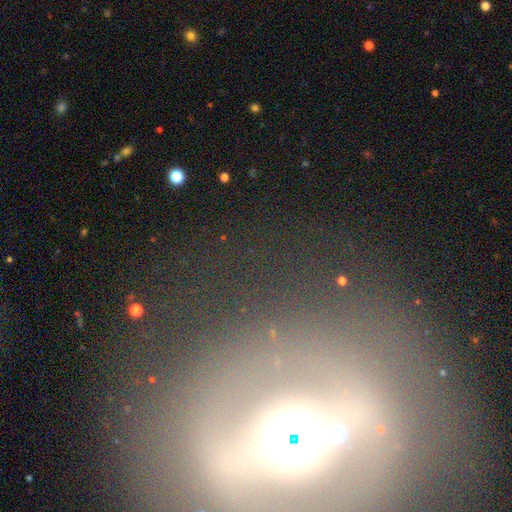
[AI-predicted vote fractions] smooth-or-featured: star or artifact: 52% | featured or disk: 26% | smooth: 22%